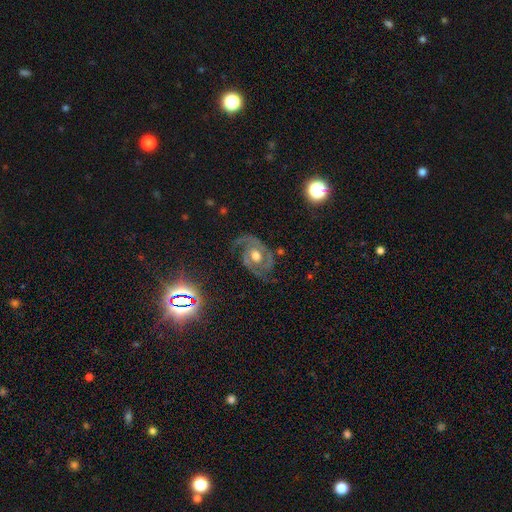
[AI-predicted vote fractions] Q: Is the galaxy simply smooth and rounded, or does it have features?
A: featured or disk — 87%.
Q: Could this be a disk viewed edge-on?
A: no — 97%.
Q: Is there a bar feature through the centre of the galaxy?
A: no — 65%.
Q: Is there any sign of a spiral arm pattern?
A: yes — 95%.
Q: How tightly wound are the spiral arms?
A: medium — 47%.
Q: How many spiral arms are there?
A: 2 — 86%.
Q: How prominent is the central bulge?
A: moderate — 75%.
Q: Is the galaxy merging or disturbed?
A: none — 70%.